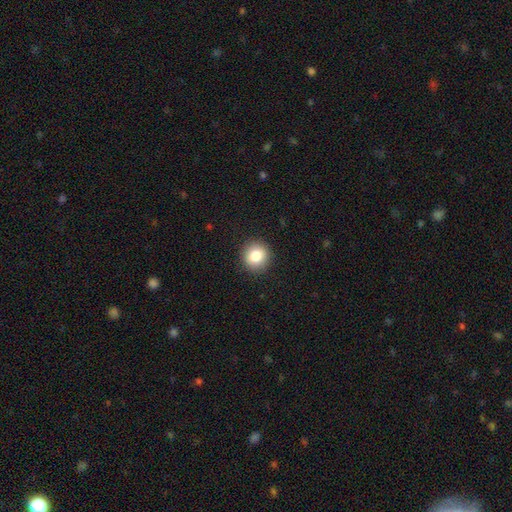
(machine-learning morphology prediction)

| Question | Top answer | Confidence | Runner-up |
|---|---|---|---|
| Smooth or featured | smooth | 84% | star or artifact (9%) |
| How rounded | round | 91% | in between (8%) |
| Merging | none | 91% | minor disturbance (6%) |